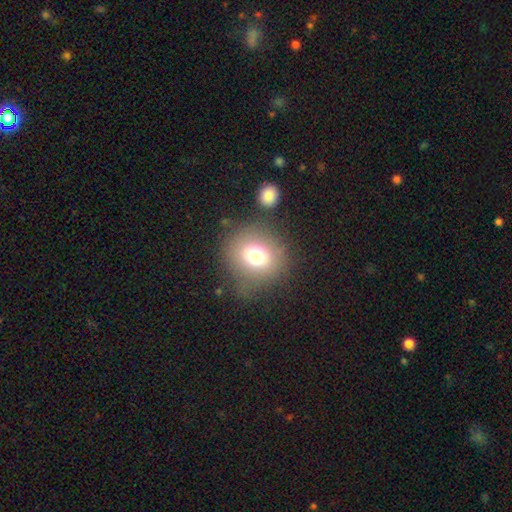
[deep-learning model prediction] The model was most divided on "merging": none: 71%, minor disturbance: 14%, major disturbance: 8%, merger: 7%. More confident: how rounded — round (82%); smooth or featured — smooth (71%).